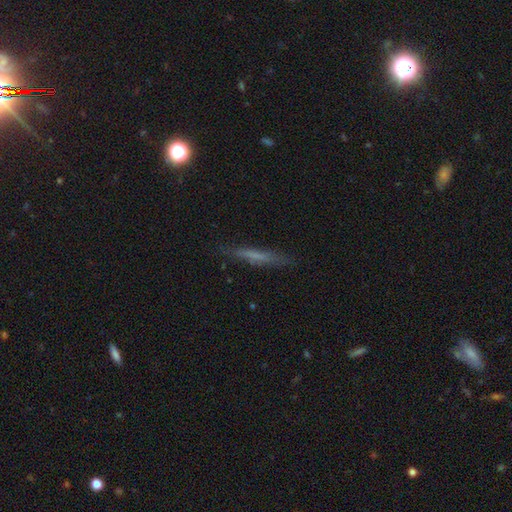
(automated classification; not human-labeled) smooth_or_featured: smooth (p=0.52) [alt: featured or disk p=0.39]
how_rounded: cigar-shaped (p=0.92) [alt: in between p=0.06]
merging: none (p=0.81) [alt: minor disturbance p=0.13]